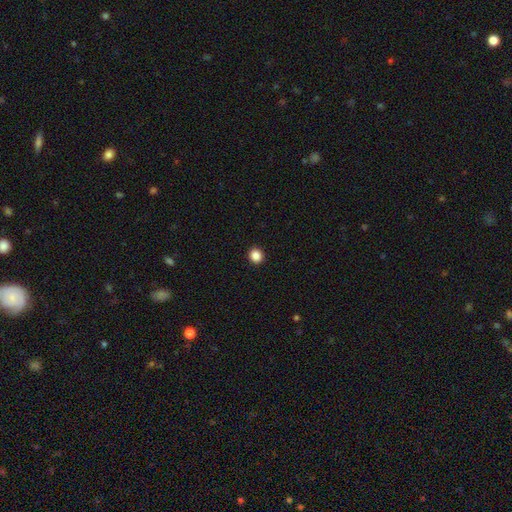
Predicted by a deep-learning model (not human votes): Morphology: type=smooth (86%); roundness=round (85%); merging=none (93%).